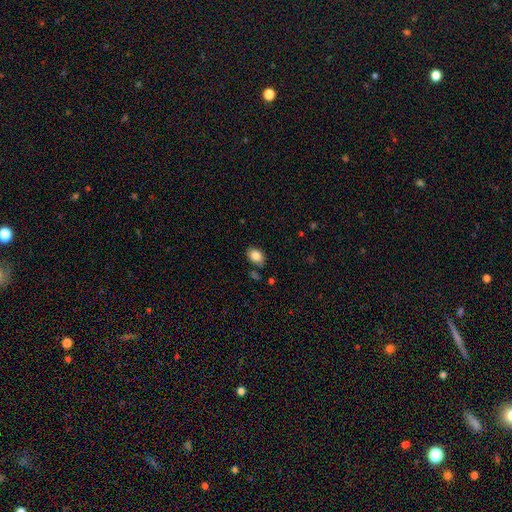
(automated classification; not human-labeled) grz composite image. It shows a smooth galaxy with no disk features (86%) that is in between round and cigar-shaped (72%). Merging: none (77%).